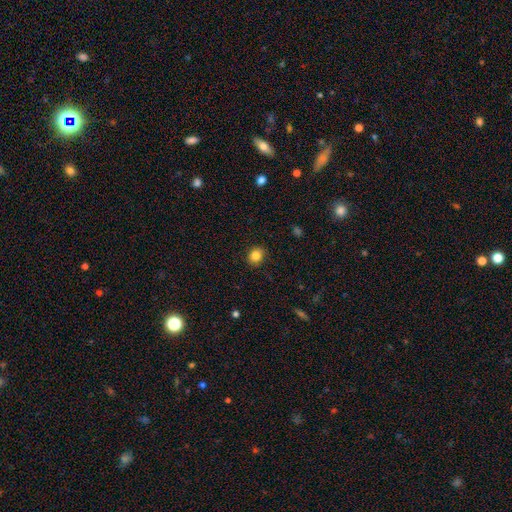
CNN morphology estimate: smooth 84%, star or artifact 10%, featured or disk 5%. Down the decision tree: how rounded — round (71%); merging — none (89%).